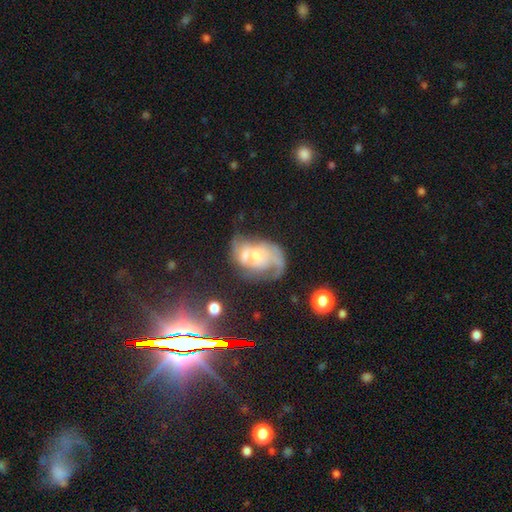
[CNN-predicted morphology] The model was most divided on "spiral winding": medium: 42%, loose: 36%, tight: 21%. Remaining: edge-on disk — no (97%); spiral arms — yes (77%); smooth or featured — featured or disk (70%); bar — no (66%); spiral arm count — 2 (57%); bulge size — small (46%); merging — merger (35%).